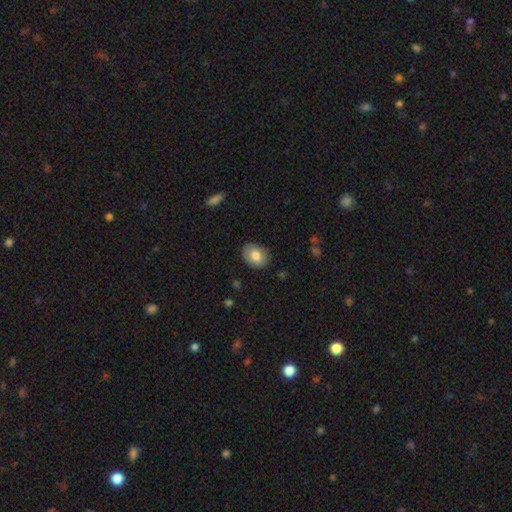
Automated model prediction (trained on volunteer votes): Overall: smooth (78%). How rounded: in between (67%; round 32%). Merging: none (84%).